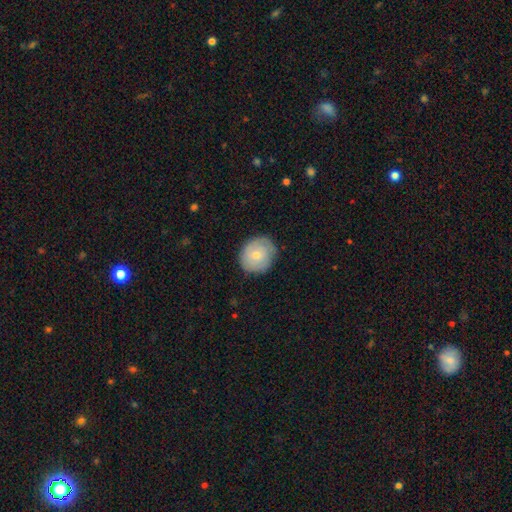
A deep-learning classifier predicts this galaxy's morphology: This appears to be a smooth galaxy with no disk features (61%) that is round (80%). Merging: none (80%).